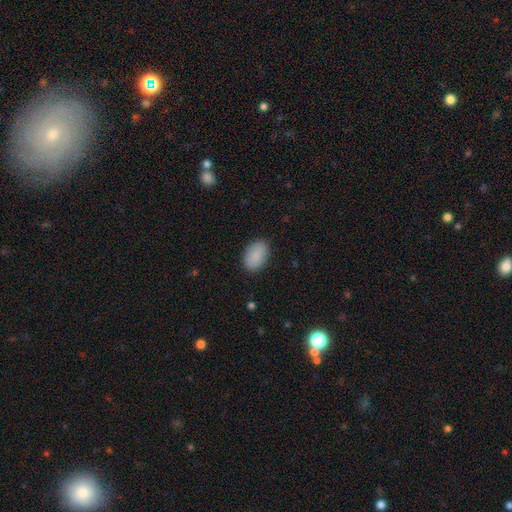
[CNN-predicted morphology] smooth-or-featured: smooth: 89% | star or artifact: 6% | featured or disk: 4%
  how-rounded: in between: 87% | round: 12% | cigar-shaped: 1%
  merging: none: 87% | minor disturbance: 9% | major disturbance: 2% | merger: 1%